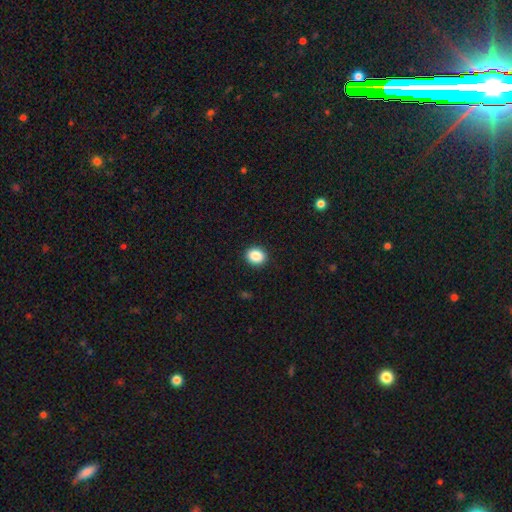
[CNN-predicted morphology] smooth 88%, star or artifact 9%, featured or disk 3%. Down the decision tree: how rounded — round (61%); merging — none (92%).